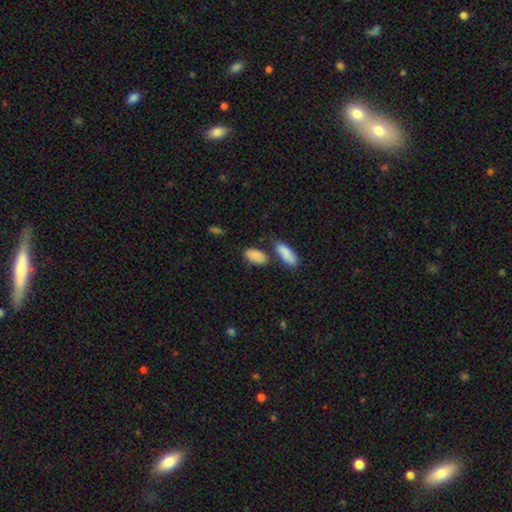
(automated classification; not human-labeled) A smooth galaxy with no disk features (86%) that is in between round and cigar-shaped (91%). Merging: none (63%).